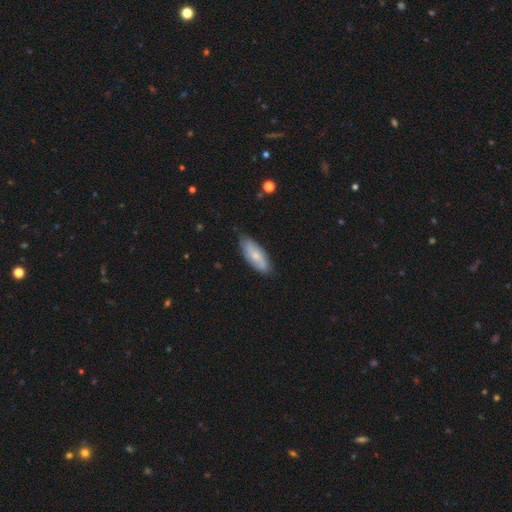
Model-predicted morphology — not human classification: Smooth or featured?
  - smooth: 54% *
  - featured or disk: 40%
  - star or artifact: 6%
How rounded?
  - in between: 74% *
  - cigar-shaped: 24%
  - round: 2%
Merging?
  - none: 77% *
  - minor disturbance: 19%
  - major disturbance: 3%
  - merger: 1%